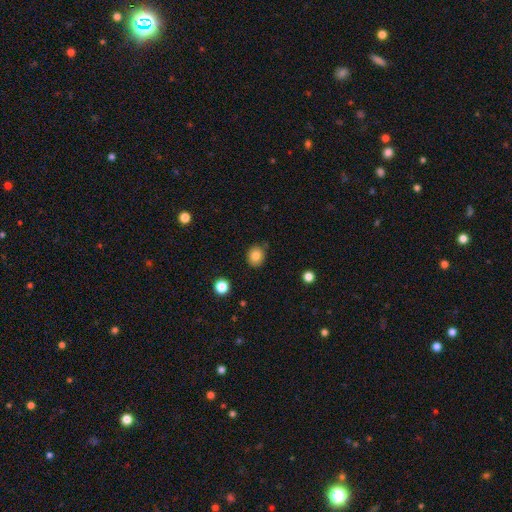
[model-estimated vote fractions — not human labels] smooth 82%, star or artifact 10%, featured or disk 7%. Down the decision tree: how rounded — round (65%); merging — none (78%).